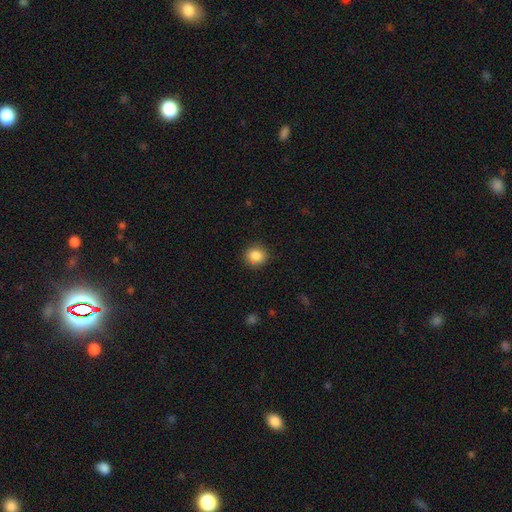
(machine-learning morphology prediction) A smooth galaxy with no disk features (87%) that is round (87%). Merging: none (89%).